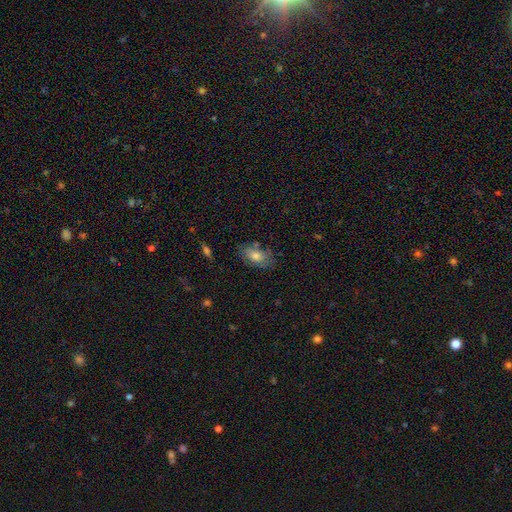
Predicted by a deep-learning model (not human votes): Morphology: type=smooth (73%); roundness=in between (89%); merging=none (74%).